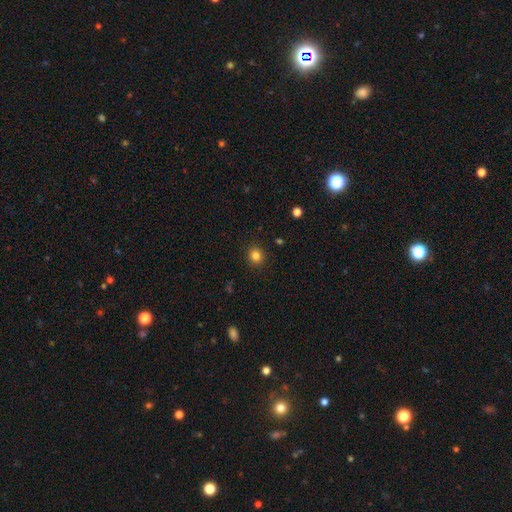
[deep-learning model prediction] smooth 83%, star or artifact 13%, featured or disk 5%. Down the decision tree: how rounded — round (87%); merging — none (91%).